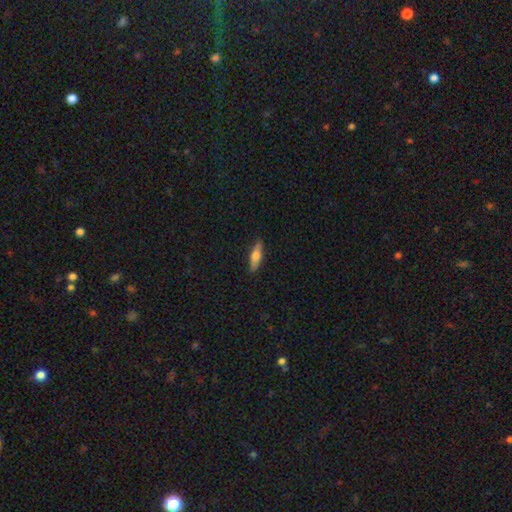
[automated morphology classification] Smooth or featured? smooth (55%)
How rounded? cigar-shaped (63%)
Merging? none (87%)